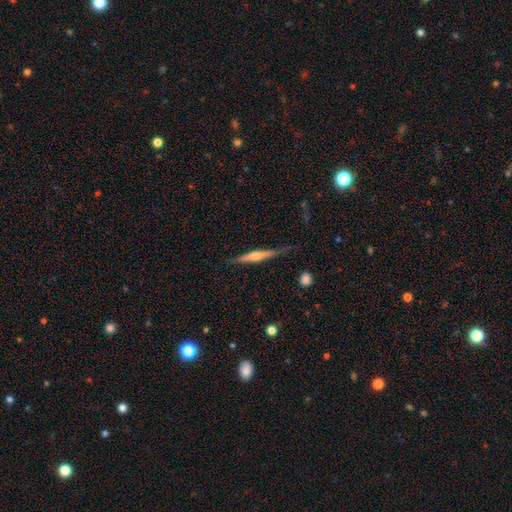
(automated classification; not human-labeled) Smooth or featured?
  - featured or disk: 71% *
  - smooth: 23%
  - star or artifact: 6%
Edge-on disk?
  - yes: 98% *
  - no: 2%
Edge-on bulge?
  - rounded: 78% *
  - boxy: 12%
  - none: 10%
Merging?
  - none: 80% *
  - minor disturbance: 15%
  - major disturbance: 3%
  - merger: 2%